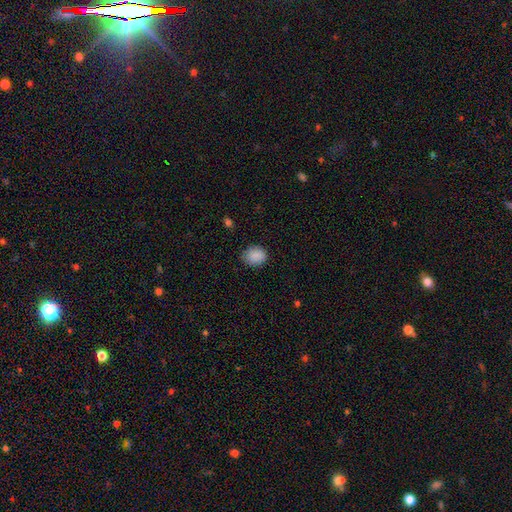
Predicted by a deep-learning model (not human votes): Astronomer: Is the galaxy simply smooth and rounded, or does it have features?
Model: smooth — 88%.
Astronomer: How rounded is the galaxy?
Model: round — 58% (runner-up: in between, 41%).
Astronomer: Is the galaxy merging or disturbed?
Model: none — 79%.